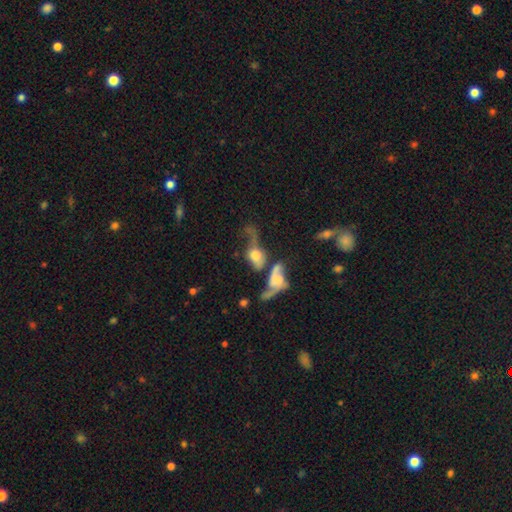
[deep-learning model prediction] Smooth or featured? Predicted: smooth (p=0.45). Merging? Predicted: merger (p=0.45).